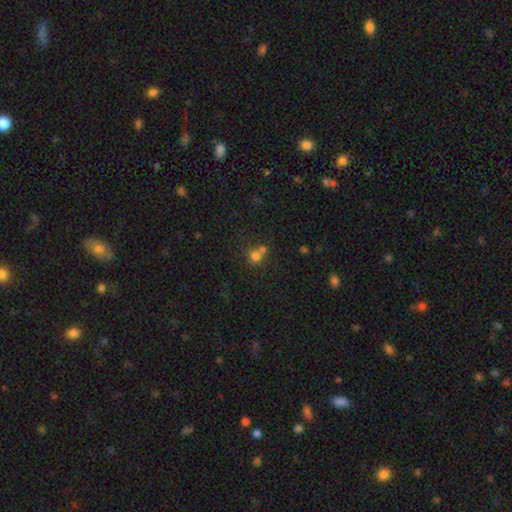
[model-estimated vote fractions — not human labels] smooth-or-featured: smooth: 73% | star or artifact: 16% | featured or disk: 11%
  how-rounded: round: 82% | in between: 17% | cigar-shaped: 1%
  merging: merger: 46% | none: 41% | minor disturbance: 8% | major disturbance: 4%